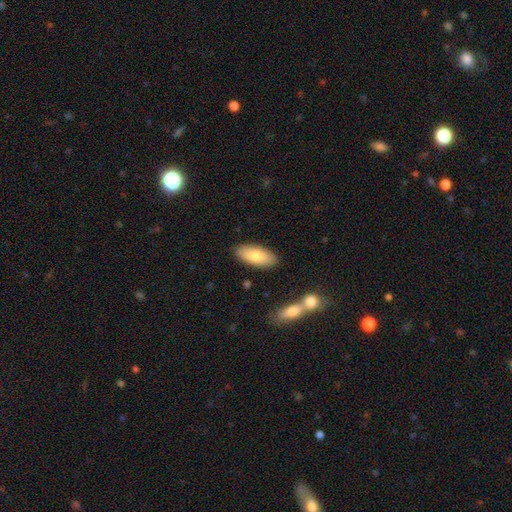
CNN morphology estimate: Smooth or featured?
  - smooth: 80% *
  - featured or disk: 14%
  - star or artifact: 6%
How rounded?
  - in between: 82% *
  - cigar-shaped: 16%
  - round: 2%
Merging?
  - none: 85% *
  - minor disturbance: 9%
  - merger: 4%
  - major disturbance: 2%